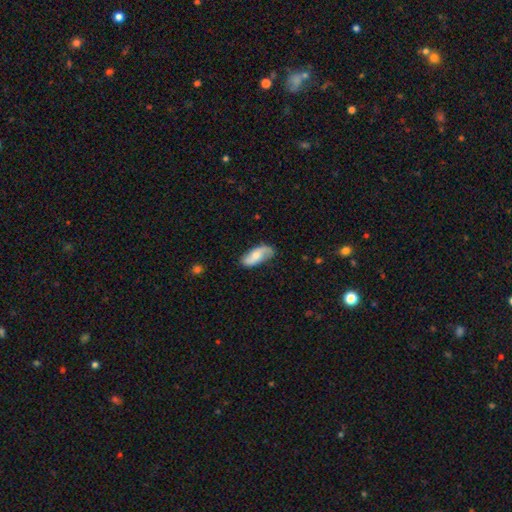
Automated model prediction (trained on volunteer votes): Smooth or featured? featured or disk (49%)
Merging? none (74%)